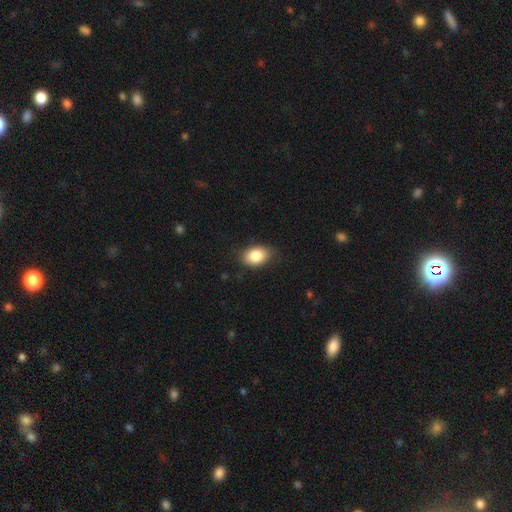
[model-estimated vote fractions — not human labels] Smooth or featured? Predicted: smooth (p=0.85). How rounded? Predicted: in between (p=0.84). Merging? Predicted: none (p=0.80).